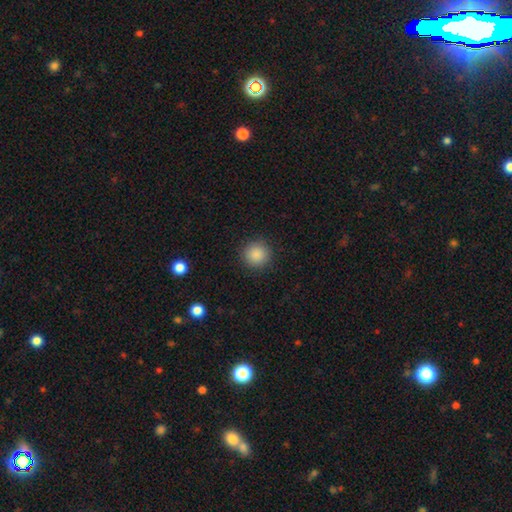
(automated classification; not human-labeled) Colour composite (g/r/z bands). It shows a smooth galaxy with no disk features (87%) that is round (94%). Merging: none (91%).